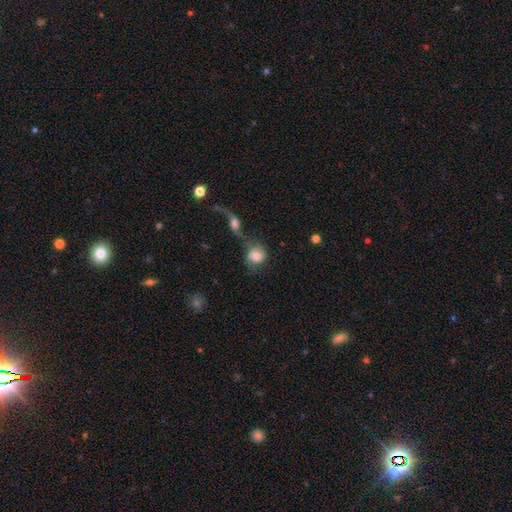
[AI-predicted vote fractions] smooth_or_featured: smooth (p=0.68) [alt: featured or disk p=0.23]
how_rounded: round (p=0.75) [alt: in between p=0.23]
merging: merger (p=0.48) [alt: none p=0.27]